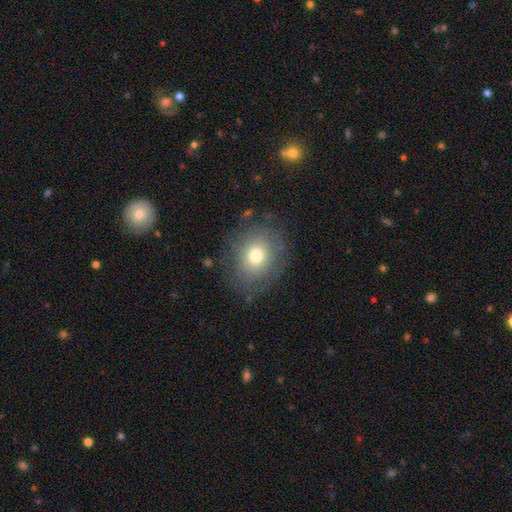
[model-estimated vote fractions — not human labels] Morphology: type=smooth (72%); roundness=round (61%); merging=none (78%).